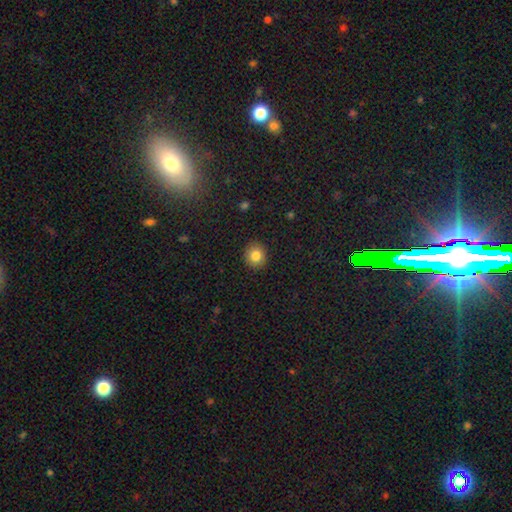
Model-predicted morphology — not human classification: Smooth or featured? Predicted: smooth (p=0.83). How rounded? Predicted: round (p=0.84). Merging? Predicted: none (p=0.91).